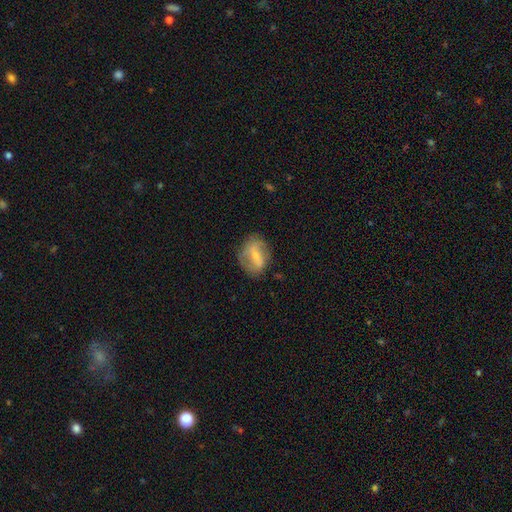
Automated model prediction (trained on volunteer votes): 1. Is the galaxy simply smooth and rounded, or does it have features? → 47% featured or disk, 45% smooth, 8% star or artifact.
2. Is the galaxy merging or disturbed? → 67% none, 21% minor disturbance, 10% major disturbance, 2% merger.